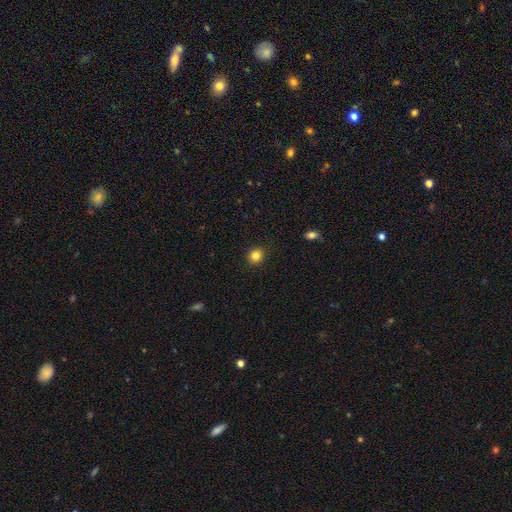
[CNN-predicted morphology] smooth_or_featured: smooth (p=0.83) [alt: star or artifact p=0.12]
how_rounded: round (p=0.88) [alt: in between p=0.11]
merging: none (p=0.91) [alt: minor disturbance p=0.06]